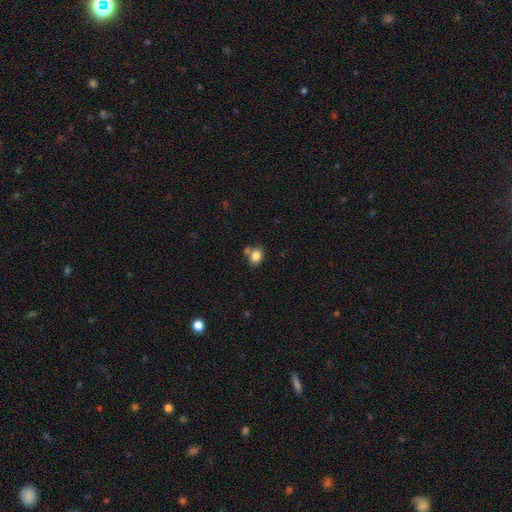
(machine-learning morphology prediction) A smooth galaxy with no disk features (83%) that is in between round and cigar-shaped (64%).

Vote fractions:
- Smooth or featured? smooth: 83% / star or artifact: 10% / featured or disk: 7%
- How rounded? in between: 64% / round: 35% / cigar-shaped: 1%
- Merging? none: 61% / merger: 20% / minor disturbance: 15% / major disturbance: 4%